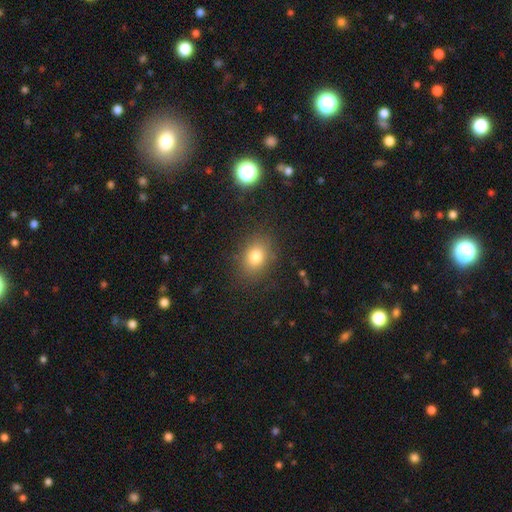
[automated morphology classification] Smooth or featured?
  - smooth: 80% *
  - star or artifact: 12%
  - featured or disk: 8%
How rounded?
  - in between: 64% *
  - round: 35%
  - cigar-shaped: 1%
Merging?
  - none: 83% *
  - minor disturbance: 11%
  - major disturbance: 4%
  - merger: 2%